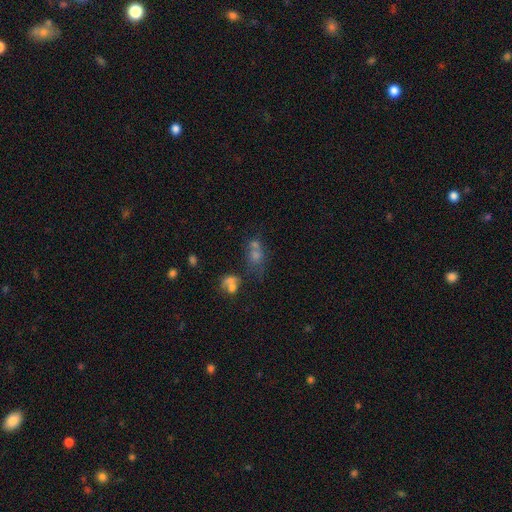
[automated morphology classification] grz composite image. It shows a smooth galaxy with no disk features (54%) that is round (59%). Merging: merger (45%).